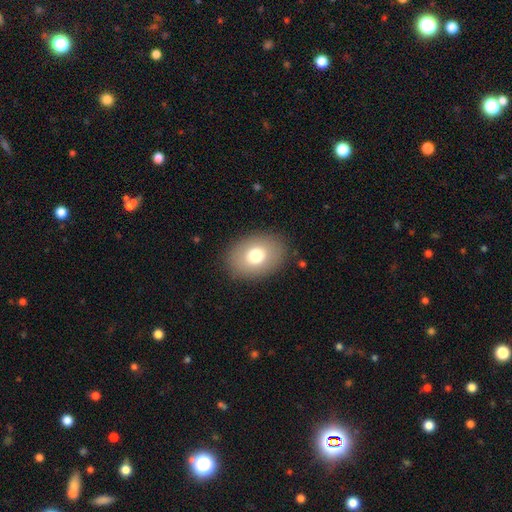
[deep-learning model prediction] Smooth or featured? Predicted: smooth (p=0.74). How rounded? Predicted: in between (p=0.73). Merging? Predicted: none (p=0.87).